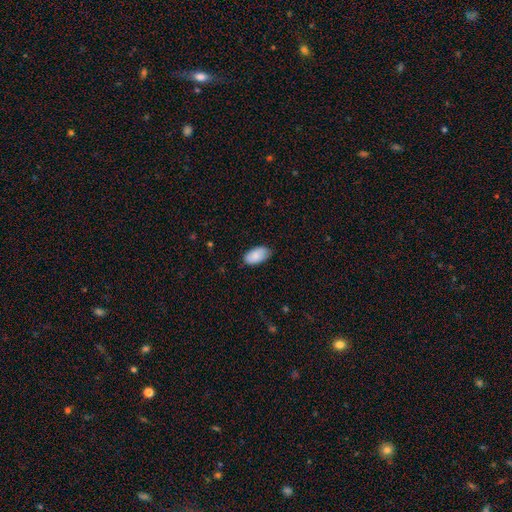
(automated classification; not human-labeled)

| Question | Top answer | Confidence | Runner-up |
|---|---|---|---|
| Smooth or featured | smooth | 85% | featured or disk (9%) |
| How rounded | in between | 95% | round (3%) |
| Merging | none | 78% | minor disturbance (18%) |